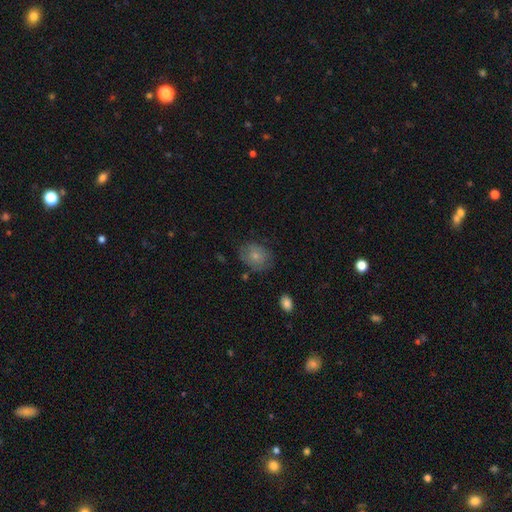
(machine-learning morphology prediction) Smooth or featured? smooth (71%)
How rounded? round (54%)
Merging? none (69%)